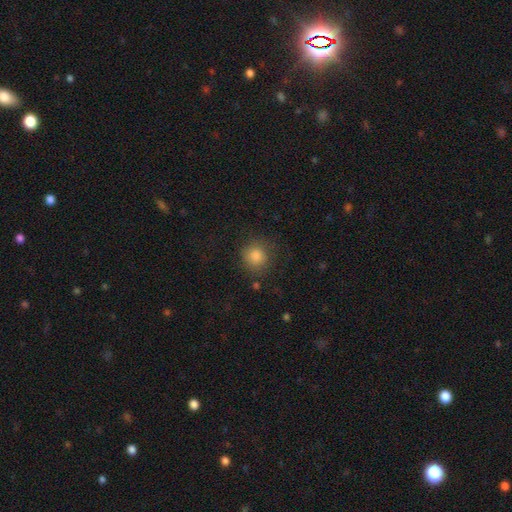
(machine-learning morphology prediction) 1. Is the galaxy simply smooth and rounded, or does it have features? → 82% smooth, 12% star or artifact, 5% featured or disk.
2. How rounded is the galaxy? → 90% round, 9% in between, 1% cigar-shaped.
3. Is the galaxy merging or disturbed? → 82% none, 12% minor disturbance, 4% major disturbance, 2% merger.